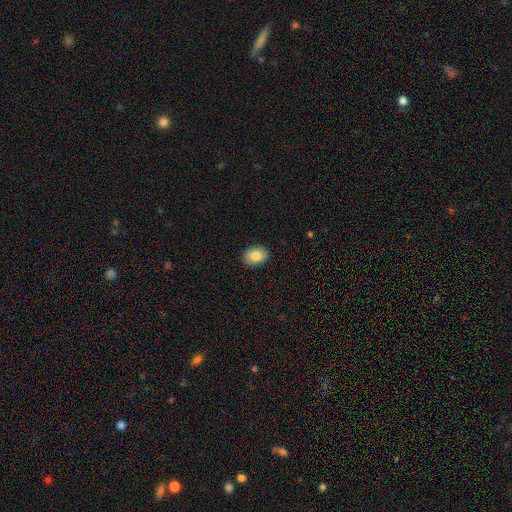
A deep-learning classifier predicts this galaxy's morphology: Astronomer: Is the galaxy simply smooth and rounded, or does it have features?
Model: smooth — 84%.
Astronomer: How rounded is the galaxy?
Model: in between — 73%.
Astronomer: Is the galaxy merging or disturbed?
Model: none — 90%.